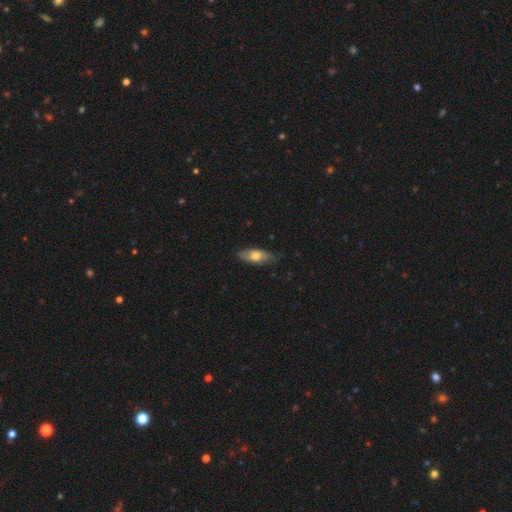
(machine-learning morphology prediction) Smooth or featured?
  - smooth: 66% *
  - featured or disk: 28%
  - star or artifact: 6%
How rounded?
  - in between: 78% *
  - cigar-shaped: 19%
  - round: 3%
Merging?
  - none: 79% *
  - minor disturbance: 17%
  - major disturbance: 3%
  - merger: 1%